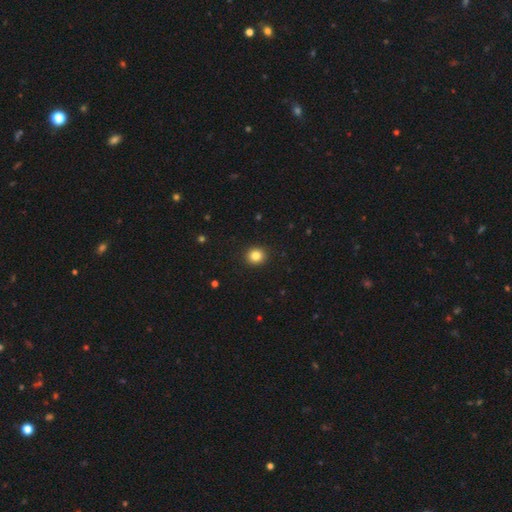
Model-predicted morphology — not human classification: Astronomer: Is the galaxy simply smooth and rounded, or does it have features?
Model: smooth — 84%.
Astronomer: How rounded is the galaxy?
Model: round — 85%.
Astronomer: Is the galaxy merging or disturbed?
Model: none — 92%.